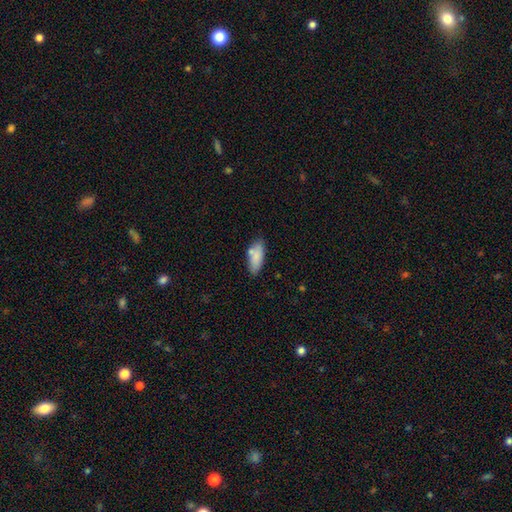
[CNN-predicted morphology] This is clearly a smooth galaxy (82%). How rounded: clearly in between (80%). Merging: likely none (69%).